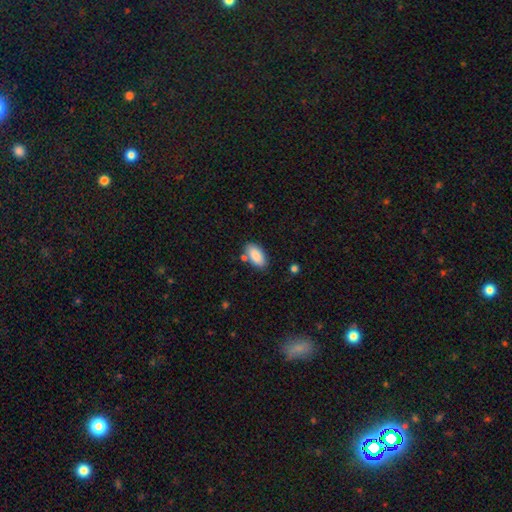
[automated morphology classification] A smooth galaxy with no disk features (88%) that is in between round and cigar-shaped (93%).

Vote fractions:
- Smooth or featured? smooth: 88% / star or artifact: 6% / featured or disk: 6%
- How rounded? in between: 93% / cigar-shaped: 5% / round: 3%
- Merging? none: 79% / minor disturbance: 12% / merger: 6% / major disturbance: 3%